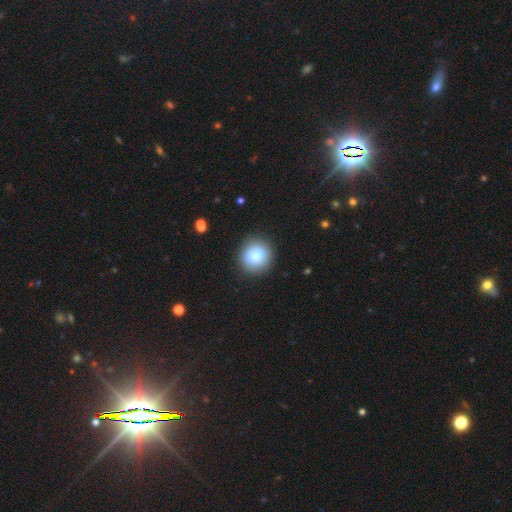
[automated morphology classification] smooth-or-featured: smooth: 80% | featured or disk: 11% | star or artifact: 9%
  how-rounded: round: 81% | in between: 17% | cigar-shaped: 1%
  merging: none: 79% | minor disturbance: 11% | merger: 6% | major disturbance: 4%